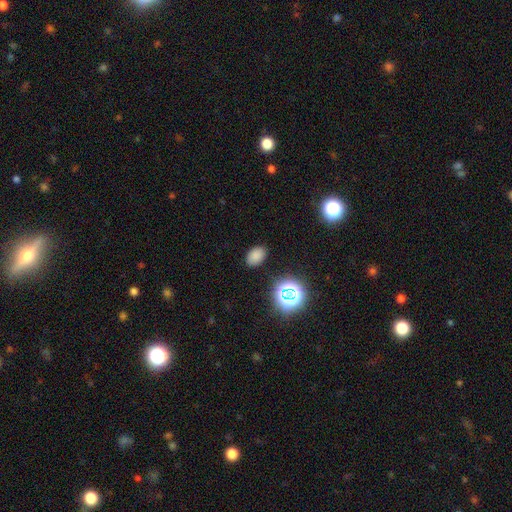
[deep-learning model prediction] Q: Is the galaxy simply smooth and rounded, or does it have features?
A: smooth — 77%.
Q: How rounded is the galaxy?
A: in between — 82%.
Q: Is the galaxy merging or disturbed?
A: none — 86%.